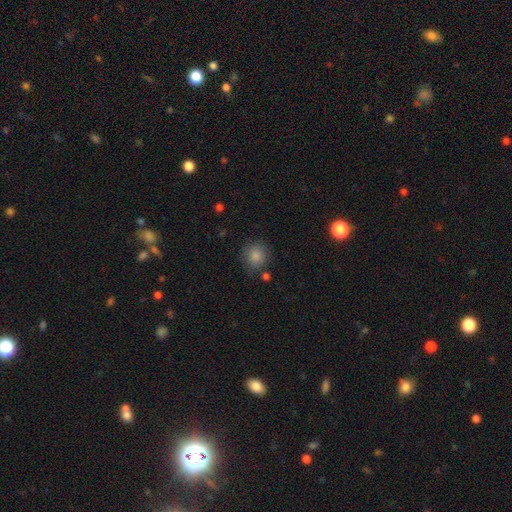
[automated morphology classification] Smooth or featured?
  - smooth: 85% *
  - star or artifact: 10%
  - featured or disk: 5%
How rounded?
  - round: 90% *
  - in between: 9%
  - cigar-shaped: 1%
Merging?
  - none: 79% *
  - minor disturbance: 12%
  - merger: 4%
  - major disturbance: 4%